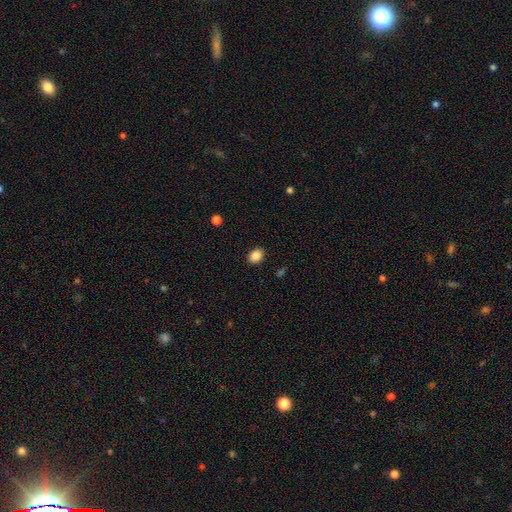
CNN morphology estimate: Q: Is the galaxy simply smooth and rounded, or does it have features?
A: smooth — 86%.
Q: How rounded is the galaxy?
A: in between — 66%.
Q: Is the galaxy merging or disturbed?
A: none — 89%.